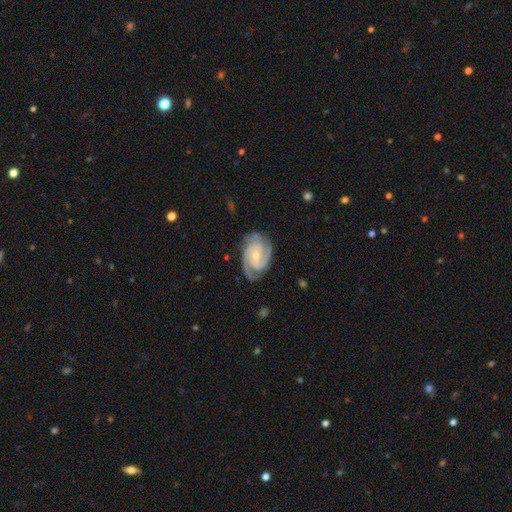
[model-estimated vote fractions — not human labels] Q: Smooth or featured?
A: featured or disk (90%); runner-up: smooth (6%)
Q: Edge-on disk?
A: no (97%); runner-up: yes (3%)
Q: Bar?
A: no (51%); runner-up: weak (38%)
Q: Spiral arms?
A: yes (98%); runner-up: no (2%)
Q: Spiral winding?
A: tight (56%); runner-up: medium (38%)
Q: Spiral arm count?
A: 2 (47%); runner-up: 3 (34%)
Q: Bulge size?
A: small (59%); runner-up: moderate (37%)
Q: Merging?
A: none (76%); runner-up: minor disturbance (18%)